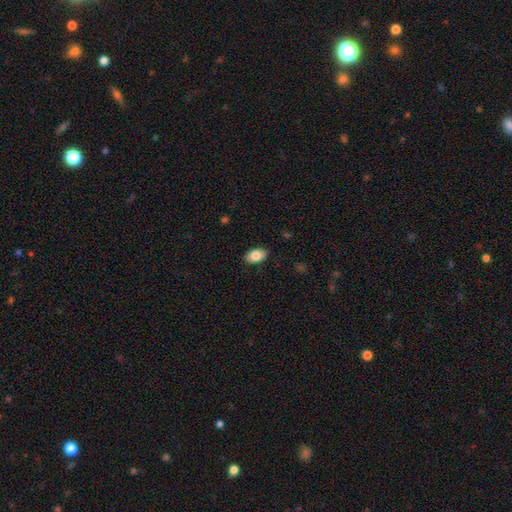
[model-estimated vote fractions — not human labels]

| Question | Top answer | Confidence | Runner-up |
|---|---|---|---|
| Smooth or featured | smooth | 83% | featured or disk (10%) |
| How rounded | in between | 91% | round (8%) |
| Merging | none | 88% | minor disturbance (9%) |